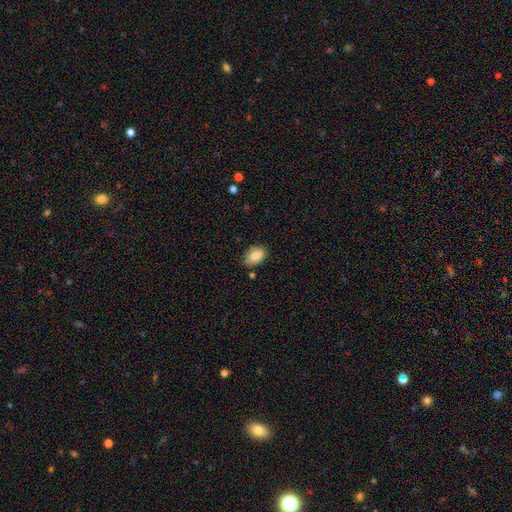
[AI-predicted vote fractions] Morphology: type=smooth (82%); roundness=in between (86%); merging=none (69%).